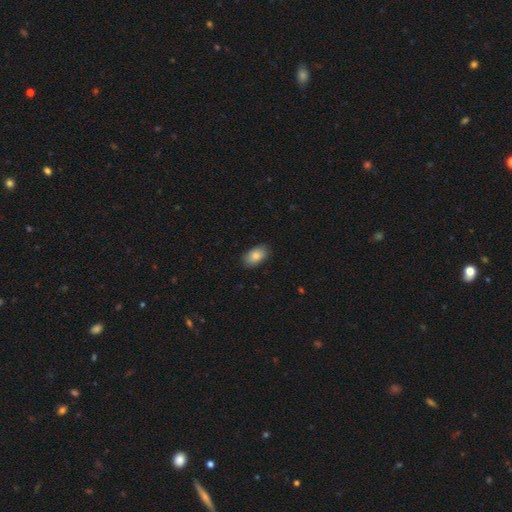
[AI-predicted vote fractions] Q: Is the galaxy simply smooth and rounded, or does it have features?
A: smooth — 85%.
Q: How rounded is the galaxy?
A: in between — 92%.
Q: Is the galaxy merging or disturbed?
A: none — 87%.